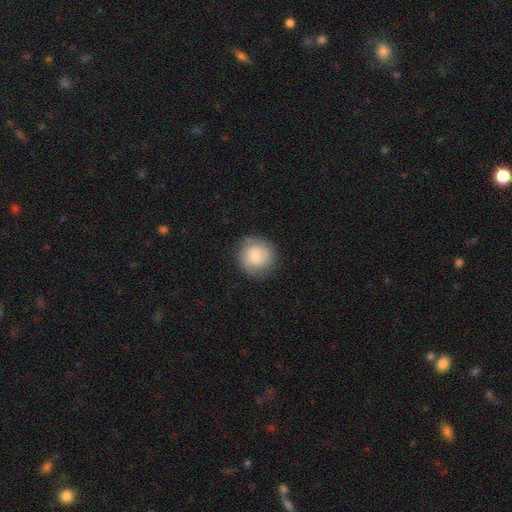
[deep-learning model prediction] Q: Smooth or featured?
A: smooth (74%); runner-up: featured or disk (19%)
Q: How rounded?
A: round (92%); runner-up: in between (7%)
Q: Merging?
A: none (80%); runner-up: minor disturbance (15%)